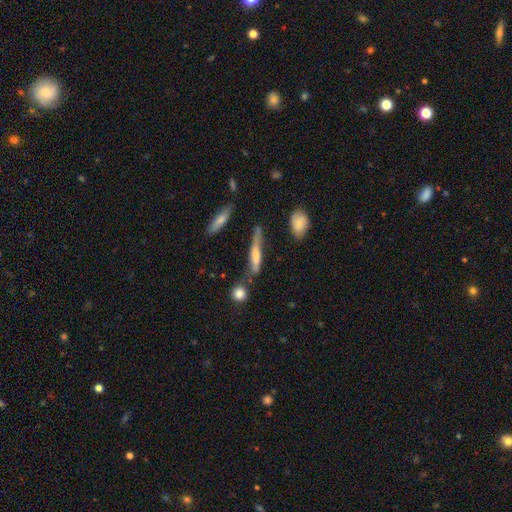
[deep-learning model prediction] Smooth or featured? Predicted: smooth (p=0.50). Merging? Predicted: none (p=0.54).